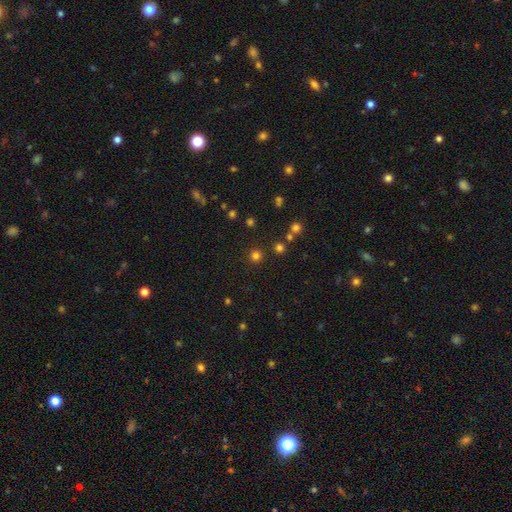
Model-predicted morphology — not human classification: Smooth or featured? smooth (75%)
How rounded? round (95%)
Merging? none (89%)